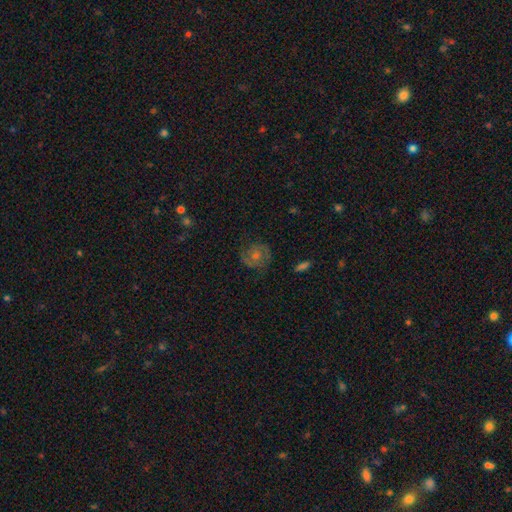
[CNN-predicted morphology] A featured or disk galaxy (64%) with no bar (76%), 2 (59%) tight (55%) spiral arms (89%) and a moderate central bulge (50%). Merging: none (81%).